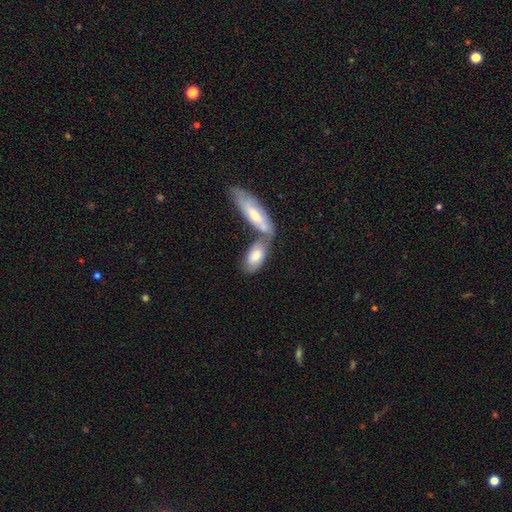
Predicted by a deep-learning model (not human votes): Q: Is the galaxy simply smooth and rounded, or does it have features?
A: smooth — 71%.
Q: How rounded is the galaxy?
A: in between — 83%.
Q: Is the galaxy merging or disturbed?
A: merger — 57%.